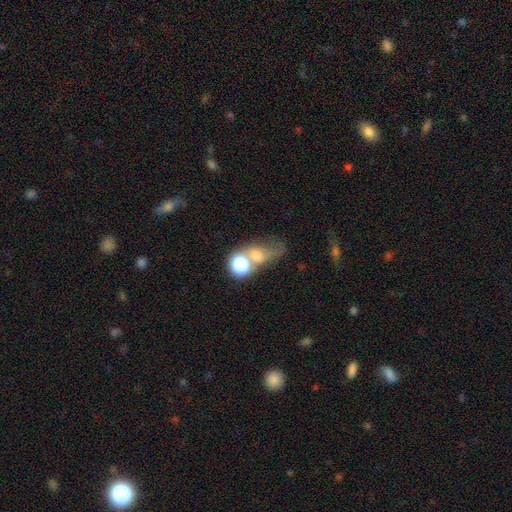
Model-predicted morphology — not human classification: Q: Smooth or featured?
A: smooth (42%); runner-up: star or artifact (31%)
Q: Merging?
A: none (34%); runner-up: merger (30%)